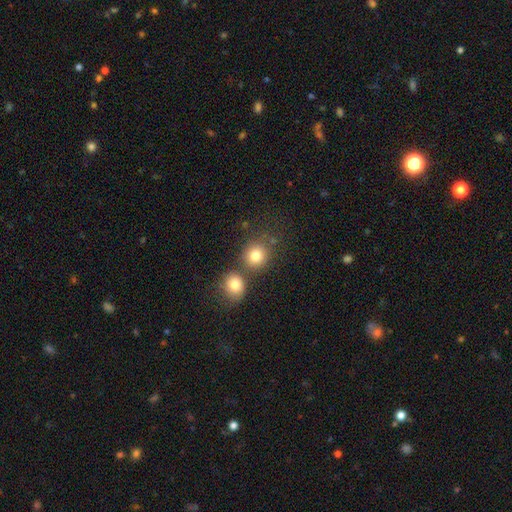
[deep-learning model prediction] Smooth or featured? smooth (80%)
How rounded? round (85%)
Merging? none (63%)